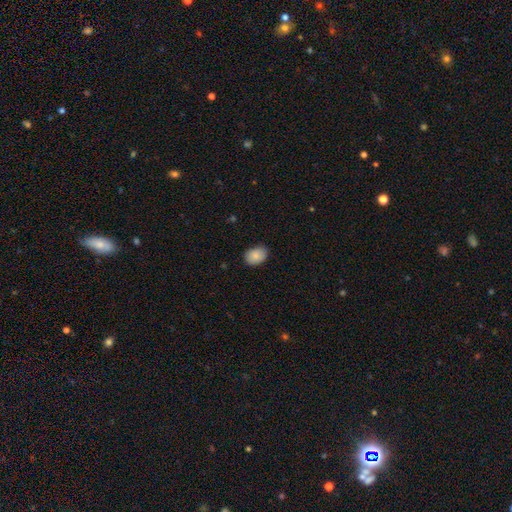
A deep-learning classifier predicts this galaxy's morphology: type=smooth (87%); roundness=in between (78%); merging=none (83%).